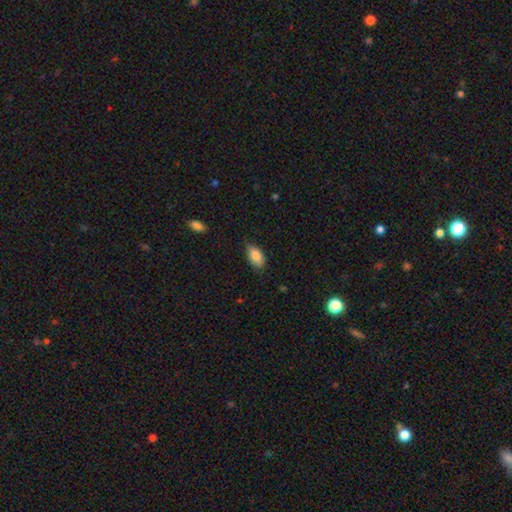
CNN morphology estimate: smooth_or_featured: smooth (p=0.85) [alt: featured or disk p=0.08]
how_rounded: in between (p=0.92) [alt: round p=0.04]
merging: none (p=0.73) [alt: minor disturbance p=0.22]